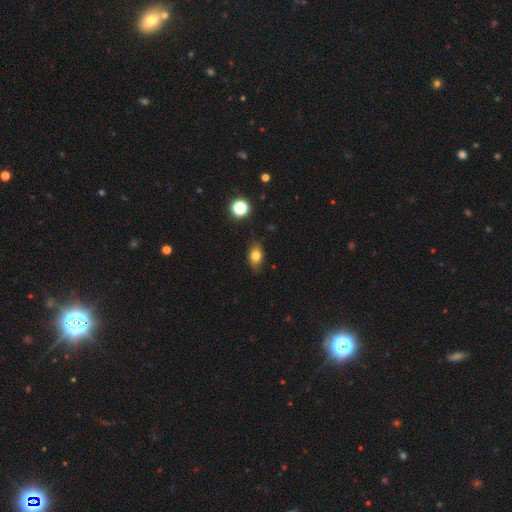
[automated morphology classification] smooth 78%, star or artifact 11%, featured or disk 11%. Down the decision tree: how rounded — in between (79%); merging — none (81%).